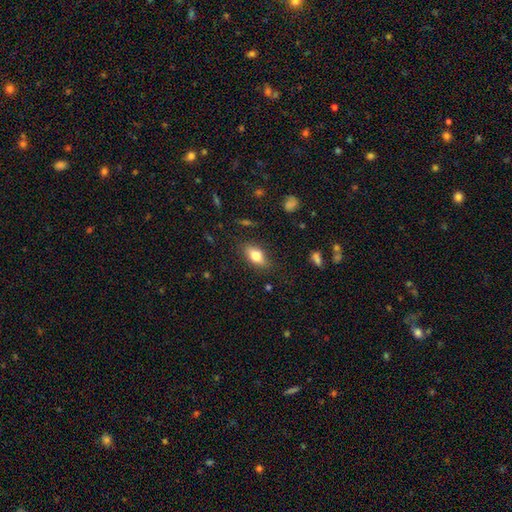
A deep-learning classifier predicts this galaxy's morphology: Smooth or featured? Predicted: smooth (p=0.77). How rounded? Predicted: in between (p=0.85). Merging? Predicted: none (p=0.82).